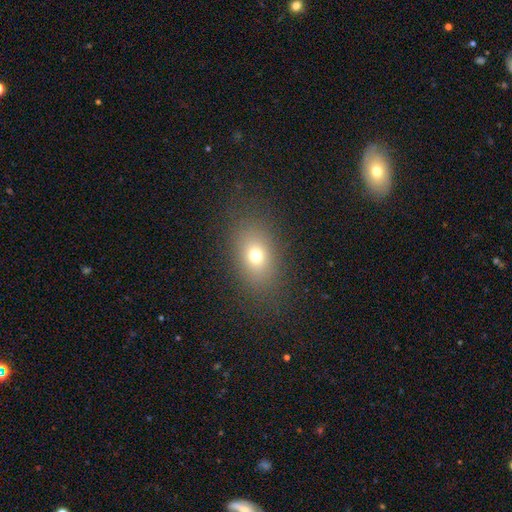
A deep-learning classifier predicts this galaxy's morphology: smooth-or-featured: smooth: 69% | star or artifact: 17% | featured or disk: 14%
  how-rounded: in between: 69% | round: 29% | cigar-shaped: 2%
  merging: none: 81% | minor disturbance: 10% | major disturbance: 7% | merger: 1%